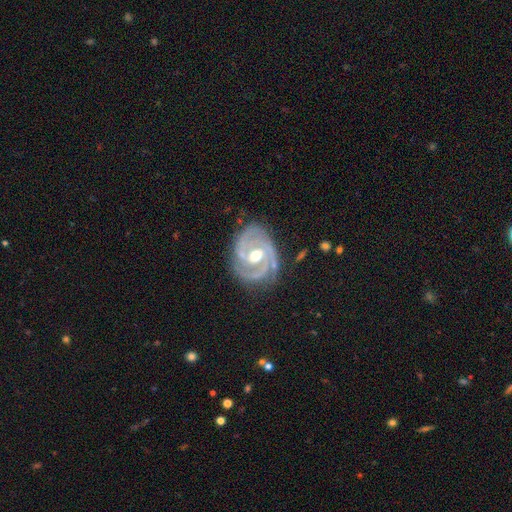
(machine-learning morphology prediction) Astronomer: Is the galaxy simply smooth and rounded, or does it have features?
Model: featured or disk — 92%.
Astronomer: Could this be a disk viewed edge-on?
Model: no — 97%.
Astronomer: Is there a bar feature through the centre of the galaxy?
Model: weak — 43% (runner-up: no, 35%).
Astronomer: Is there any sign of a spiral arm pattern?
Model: yes — 98%.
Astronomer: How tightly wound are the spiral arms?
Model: tight — 61%.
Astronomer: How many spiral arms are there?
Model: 2 — 47% (runner-up: 3, 36%).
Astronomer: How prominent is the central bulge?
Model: moderate — 77%.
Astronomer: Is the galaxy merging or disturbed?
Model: none — 77%.